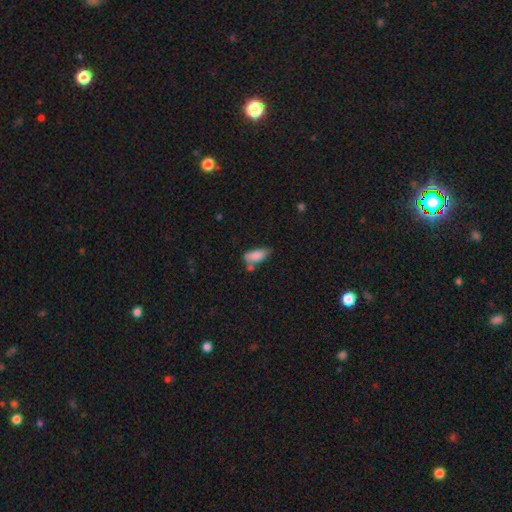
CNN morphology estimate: Overall: smooth (81%). How rounded: in between (80%). Merging: none (41%; minor disturbance 28%).